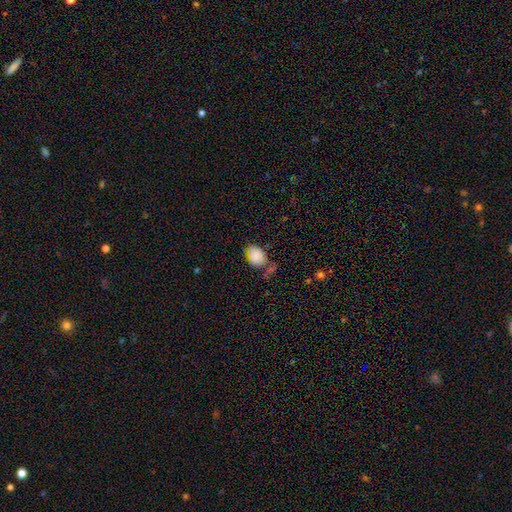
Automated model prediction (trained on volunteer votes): The model was most divided on "merging": none: 54%, minor disturbance: 25%, merger: 12%, major disturbance: 9%. More confident: smooth or featured — smooth (82%); how rounded — in between (77%).